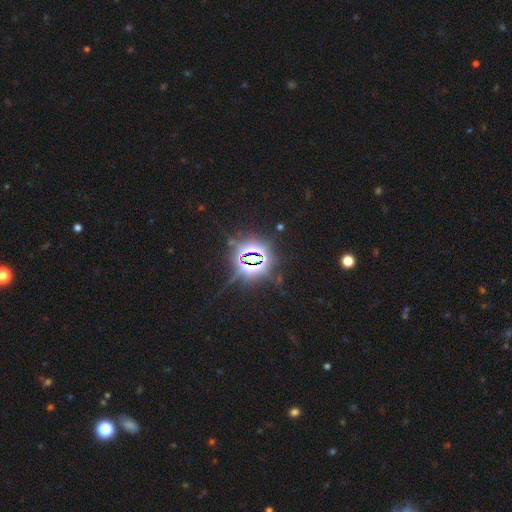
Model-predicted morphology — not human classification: Smooth or featured? star or artifact (85%)